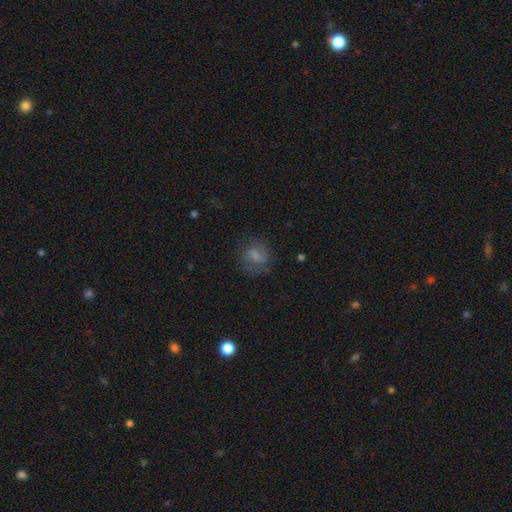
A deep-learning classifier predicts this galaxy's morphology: Smooth or featured?
  - smooth: 49% *
  - featured or disk: 40%
  - star or artifact: 11%
Merging?
  - none: 69% *
  - minor disturbance: 18%
  - major disturbance: 11%
  - merger: 2%